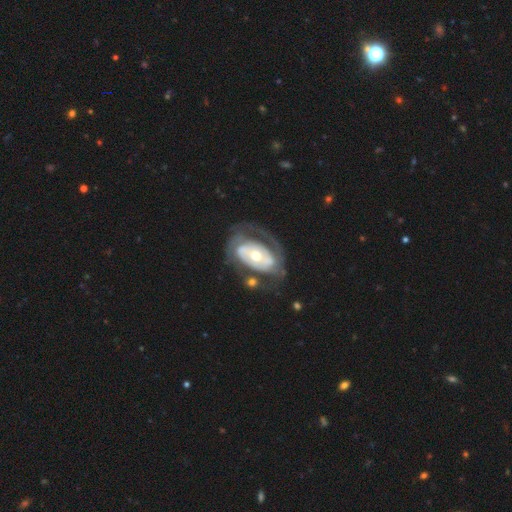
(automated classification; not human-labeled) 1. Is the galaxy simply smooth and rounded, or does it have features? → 76% featured or disk, 19% smooth, 4% star or artifact.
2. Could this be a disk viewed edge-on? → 95% no, 5% yes.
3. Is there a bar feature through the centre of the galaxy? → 66% no, 21% weak, 14% strong.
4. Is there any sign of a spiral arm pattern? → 65% yes, 35% no.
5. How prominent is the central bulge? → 62% moderate, 29% small, 7% large, 1% dominant, 1% none.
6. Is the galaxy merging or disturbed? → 50% none, 24% major disturbance, 20% minor disturbance, 6% merger.